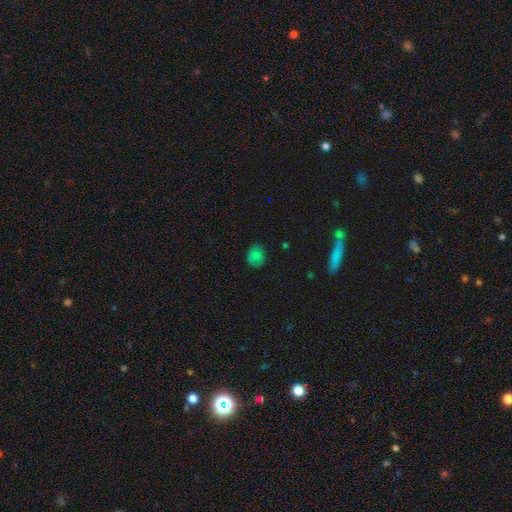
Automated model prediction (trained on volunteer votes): Smooth or featured?
  - smooth: 78% *
  - star or artifact: 15%
  - featured or disk: 7%
How rounded?
  - round: 62% *
  - in between: 37%
  - cigar-shaped: 1%
Merging?
  - none: 78% *
  - minor disturbance: 17%
  - major disturbance: 3%
  - merger: 1%